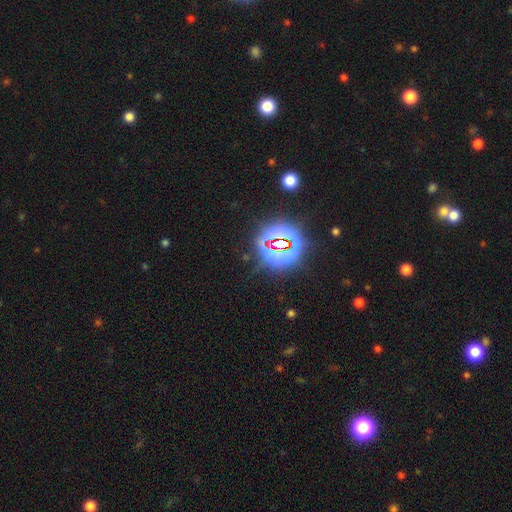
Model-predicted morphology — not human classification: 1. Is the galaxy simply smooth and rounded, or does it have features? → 83% star or artifact, 11% smooth, 6% featured or disk.